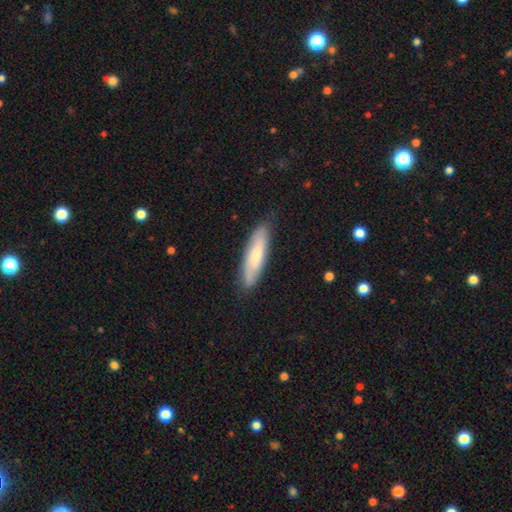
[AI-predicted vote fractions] This is likely a smooth galaxy (62%). How rounded: likely cigar-shaped (69%). Merging: clearly none (82%).